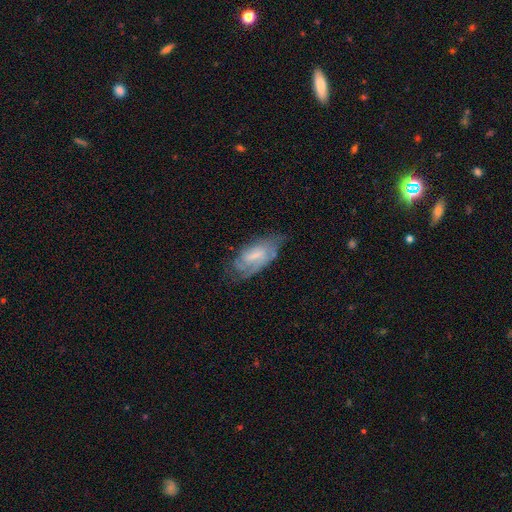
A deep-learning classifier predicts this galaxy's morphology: The model was most divided on "bulge size": small: 39%, moderate: 29%, none: 26%, large: 5%, dominant: 1%. More confident: edge-on disk — no (92%); spiral arms — yes (82%); smooth or featured — featured or disk (64%); merging — none (54%); bar — weak (50%).